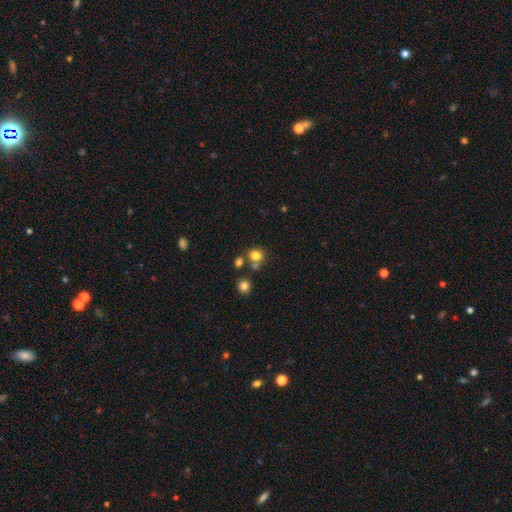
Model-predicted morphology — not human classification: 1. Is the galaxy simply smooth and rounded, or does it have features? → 78% smooth, 14% star or artifact, 8% featured or disk.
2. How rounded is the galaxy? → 82% round, 17% in between, 1% cigar-shaped.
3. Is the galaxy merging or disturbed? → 66% none, 21% merger, 10% minor disturbance, 4% major disturbance.